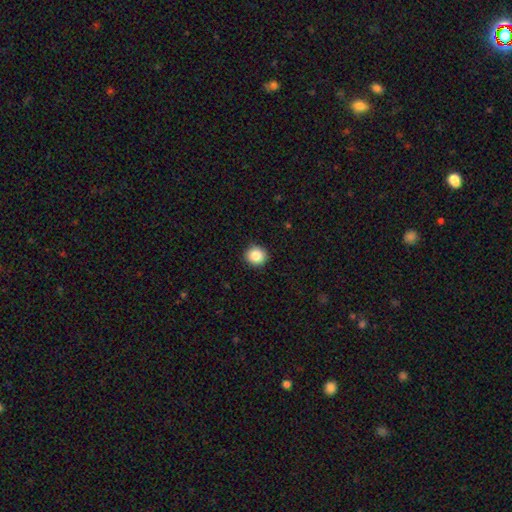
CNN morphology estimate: A smooth galaxy with no disk features (87%) that is round (92%). Merging: none (92%).